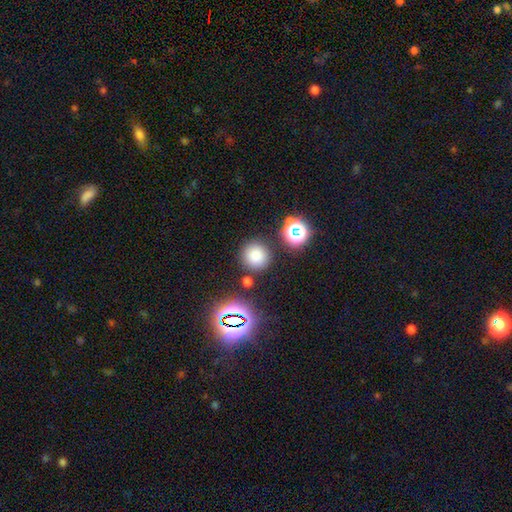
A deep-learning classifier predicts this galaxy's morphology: The model was most divided on "smooth or featured": smooth: 76%, star or artifact: 18%, featured or disk: 6%. More confident: how rounded — round (93%); merging — none (82%).